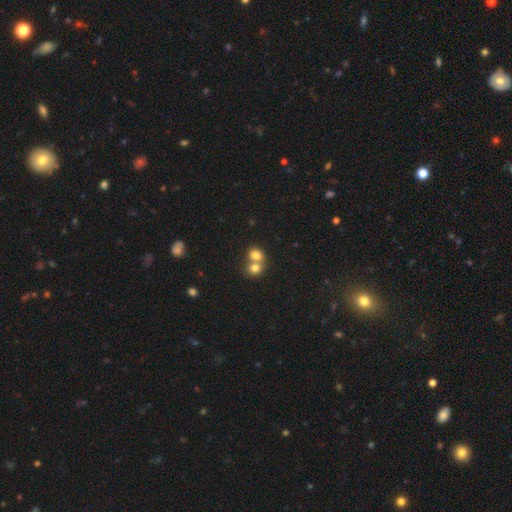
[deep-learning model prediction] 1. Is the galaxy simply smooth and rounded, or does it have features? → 77% smooth, 12% featured or disk, 11% star or artifact.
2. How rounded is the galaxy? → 71% round, 28% in between, 1% cigar-shaped.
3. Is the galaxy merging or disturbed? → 65% merger, 28% none, 5% minor disturbance, 2% major disturbance.